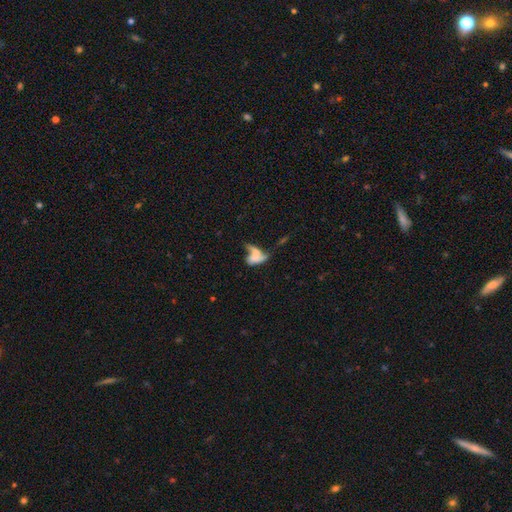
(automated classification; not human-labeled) This appears to be a smooth galaxy with no disk features (47%). Merging: merger (51%).